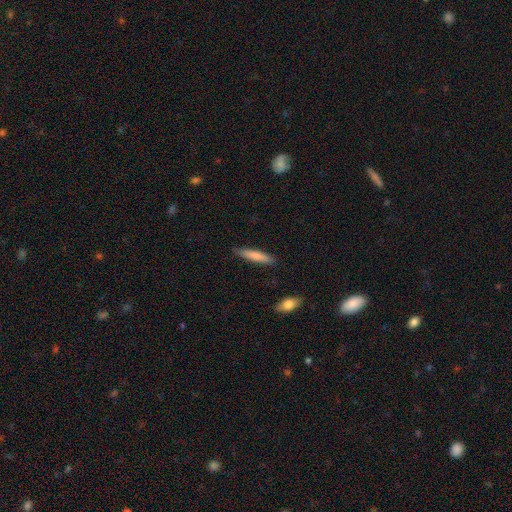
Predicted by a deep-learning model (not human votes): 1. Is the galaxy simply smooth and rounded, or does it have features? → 78% smooth, 16% featured or disk, 6% star or artifact.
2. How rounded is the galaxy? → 87% cigar-shaped, 12% in between, 1% round.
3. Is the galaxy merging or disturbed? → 86% none, 10% minor disturbance, 2% major disturbance, 2% merger.